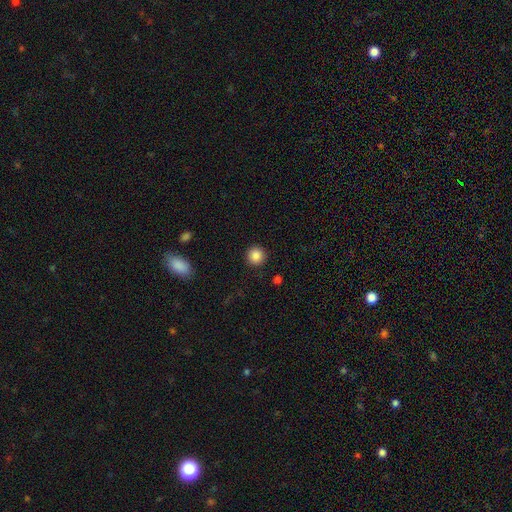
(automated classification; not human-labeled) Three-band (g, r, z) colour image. It shows a smooth galaxy with no disk features (86%) that is round (95%). Merging: none (92%).